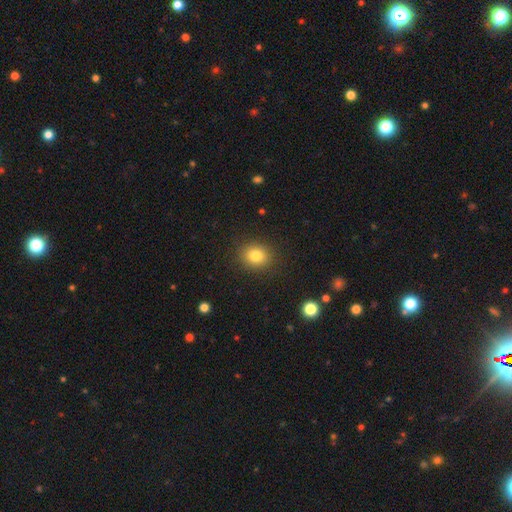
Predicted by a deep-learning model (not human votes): smooth 81%, star or artifact 11%, featured or disk 7%. Down the decision tree: how rounded — round (71%); merging — none (89%).